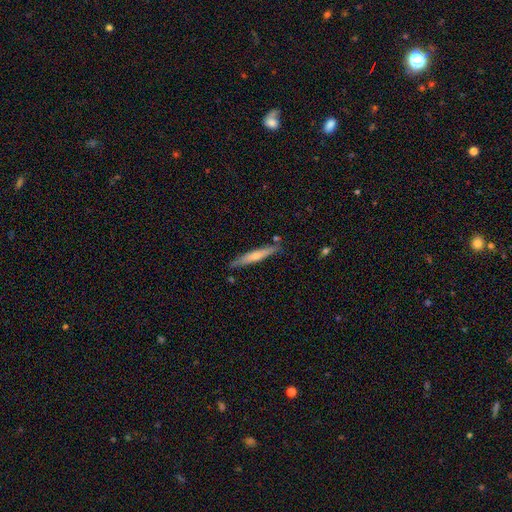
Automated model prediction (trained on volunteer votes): Smooth or featured? smooth (53%)
How rounded? cigar-shaped (93%)
Merging? none (81%)